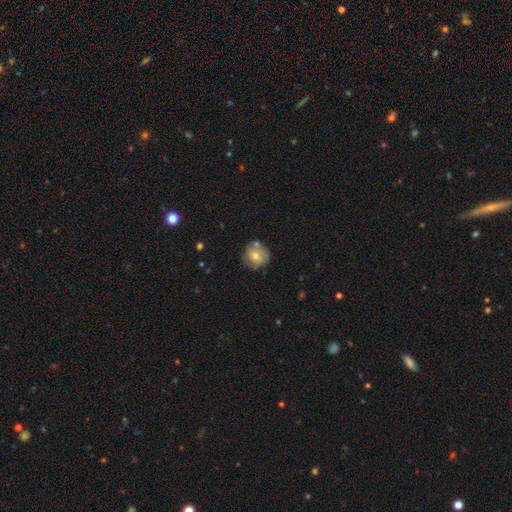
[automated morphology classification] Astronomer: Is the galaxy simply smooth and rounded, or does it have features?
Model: smooth — 63%.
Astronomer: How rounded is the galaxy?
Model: round — 88%.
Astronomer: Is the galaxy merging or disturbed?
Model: none — 72%.